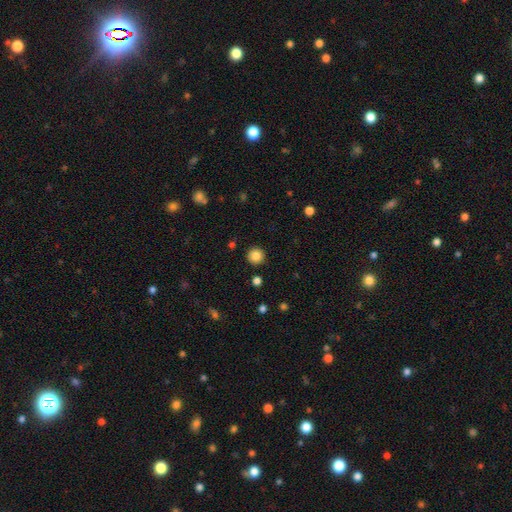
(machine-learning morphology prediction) Q: Smooth or featured?
A: smooth (85%); runner-up: star or artifact (10%)
Q: How rounded?
A: round (96%); runner-up: in between (3%)
Q: Merging?
A: none (92%); runner-up: minor disturbance (5%)